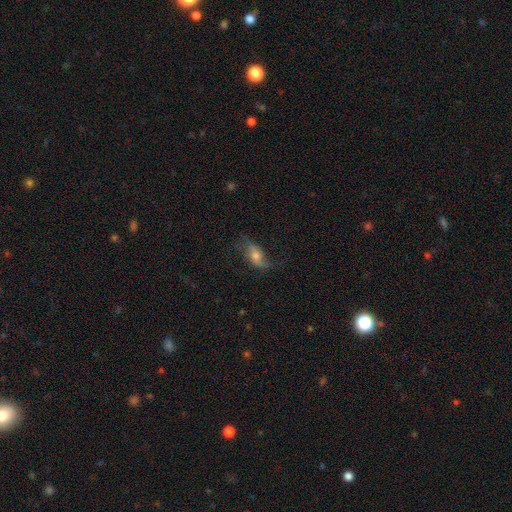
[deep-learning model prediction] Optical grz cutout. It shows a featured or disk galaxy (57%). Merging: none (63%).